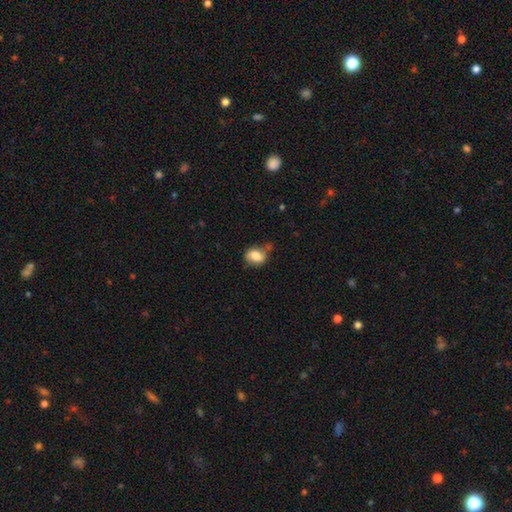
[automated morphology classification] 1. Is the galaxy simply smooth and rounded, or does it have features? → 77% smooth, 14% featured or disk, 9% star or artifact.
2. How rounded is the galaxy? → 54% in between, 45% round, 1% cigar-shaped.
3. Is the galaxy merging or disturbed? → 54% none, 28% minor disturbance, 10% merger, 8% major disturbance.